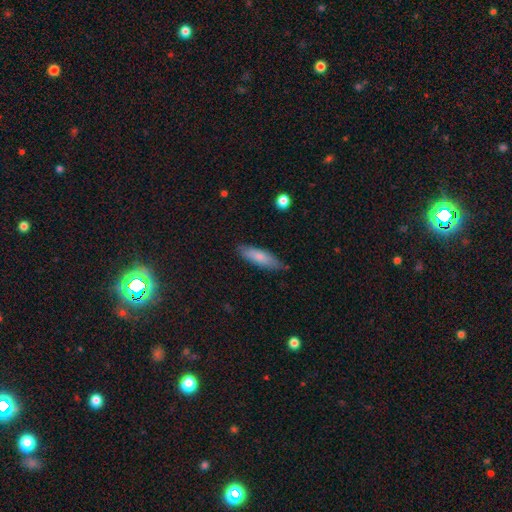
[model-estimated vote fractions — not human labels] smooth-or-featured: smooth: 59% | featured or disk: 28% | star or artifact: 13%
  how-rounded: cigar-shaped: 69% | in between: 29% | round: 3%
  merging: none: 85% | minor disturbance: 12% | major disturbance: 2% | merger: 1%